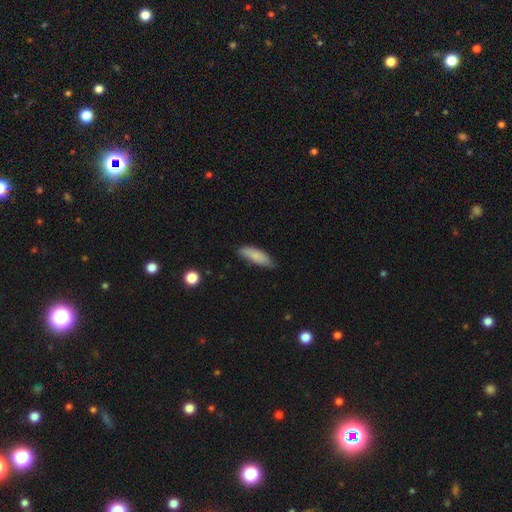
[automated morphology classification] This appears to be a smooth galaxy with no disk features (84%) that is in between round and cigar-shaped (61%). Merging: none (71%).